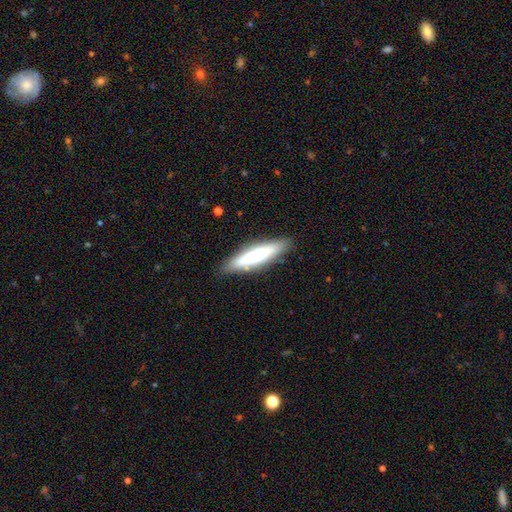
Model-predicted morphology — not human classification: This is possibly a smooth galaxy (59%). How rounded: likely cigar-shaped (78%). Merging: clearly none (85%).